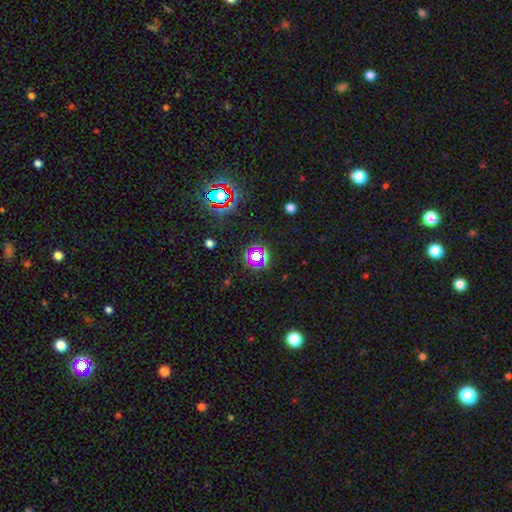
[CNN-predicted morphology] type=star or artifact (68%).